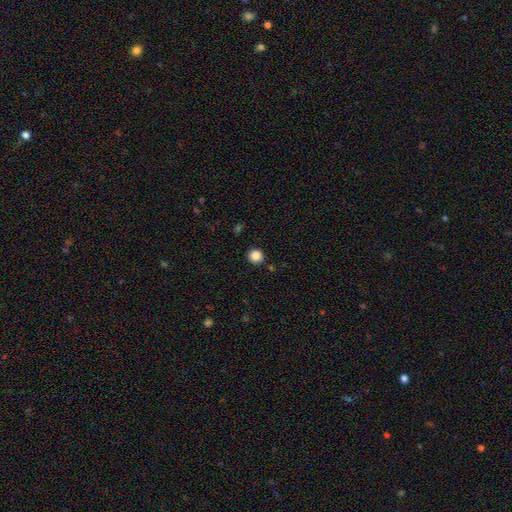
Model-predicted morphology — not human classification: Smooth or featured? Predicted: smooth (p=0.86). How rounded? Predicted: round (p=0.93). Merging? Predicted: none (p=0.91).